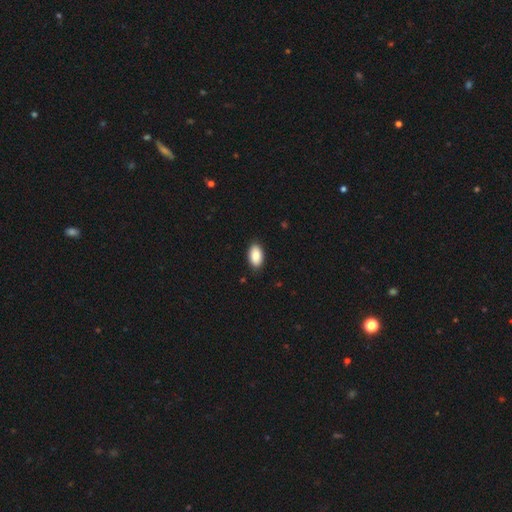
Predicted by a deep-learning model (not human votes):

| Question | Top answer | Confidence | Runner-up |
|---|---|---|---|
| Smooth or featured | smooth | 88% | star or artifact (6%) |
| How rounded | in between | 95% | round (4%) |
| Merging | none | 88% | minor disturbance (9%) |